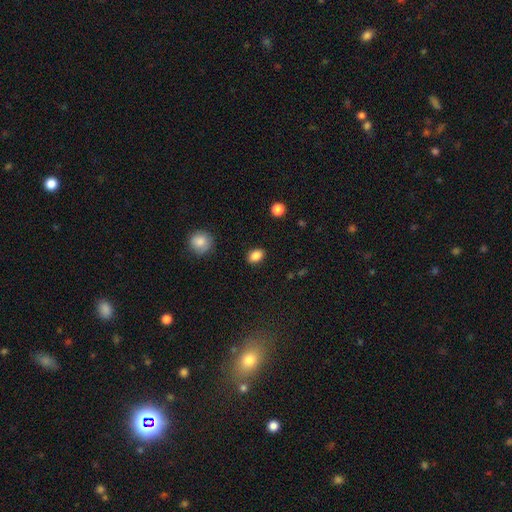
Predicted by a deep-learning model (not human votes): The model was most divided on "how rounded": in between: 77%, round: 22%, cigar-shaped: 1%. More confident: merging — none (88%); smooth or featured — smooth (86%).